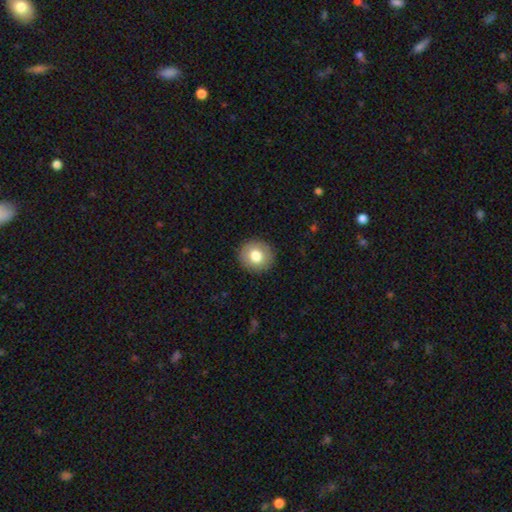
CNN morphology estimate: A smooth galaxy with no disk features (78%) that is round (88%). Merging: none (91%).